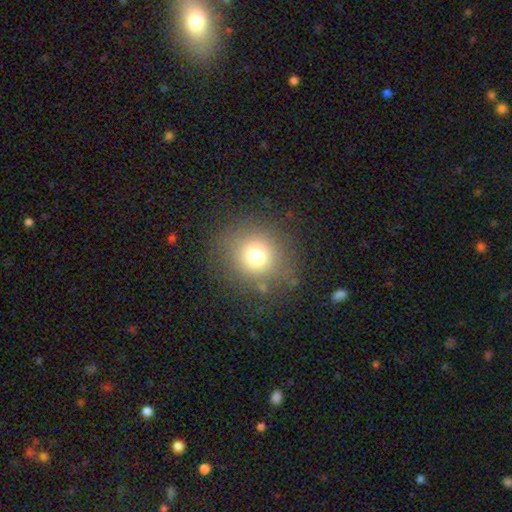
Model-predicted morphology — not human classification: Smooth or featured? smooth (71%)
How rounded? round (90%)
Merging? none (83%)